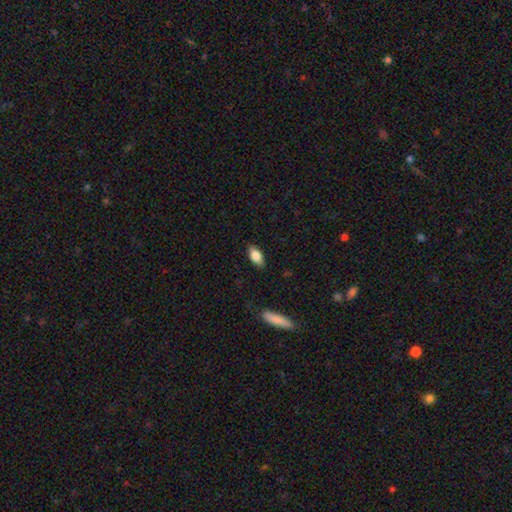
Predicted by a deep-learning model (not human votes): smooth-or-featured: smooth: 80% | featured or disk: 13% | star or artifact: 7%
  how-rounded: in between: 87% | cigar-shaped: 10% | round: 3%
  merging: none: 86% | minor disturbance: 11% | major disturbance: 2% | merger: 1%